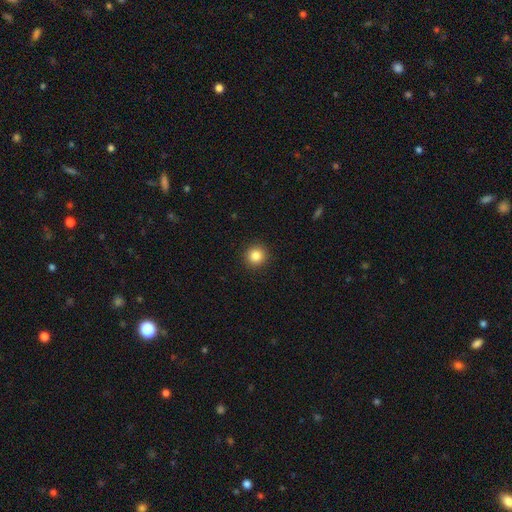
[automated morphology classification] smooth 85%, star or artifact 10%, featured or disk 4%. Down the decision tree: how rounded — round (94%); merging — none (93%).